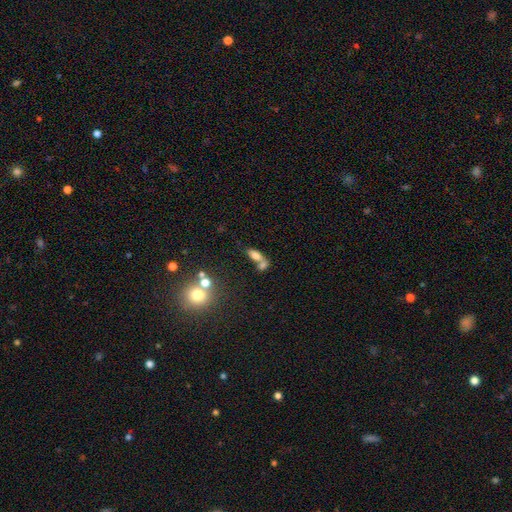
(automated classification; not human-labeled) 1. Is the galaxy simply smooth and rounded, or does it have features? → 70% smooth, 18% featured or disk, 12% star or artifact.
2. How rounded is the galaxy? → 76% in between, 16% cigar-shaped, 8% round.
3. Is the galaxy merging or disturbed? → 51% merger, 33% none, 10% minor disturbance, 6% major disturbance.